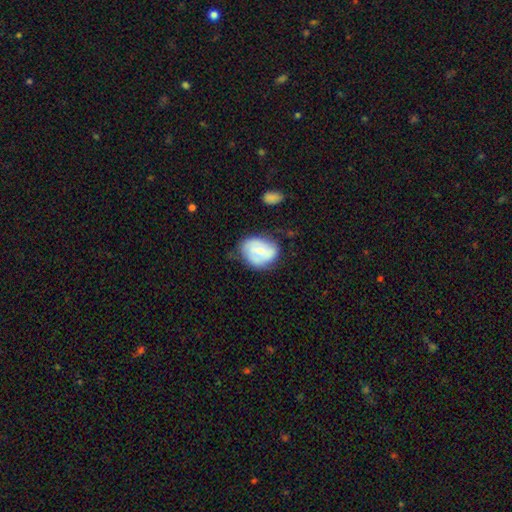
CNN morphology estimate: Smooth or featured? Predicted: smooth (p=0.47). Merging? Predicted: none (p=0.55).